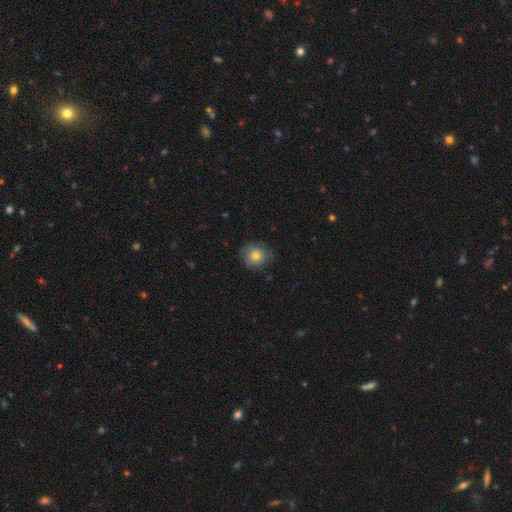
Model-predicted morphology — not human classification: This is likely a smooth galaxy (72%). How rounded: clearly round (89%). Merging: likely none (78%).